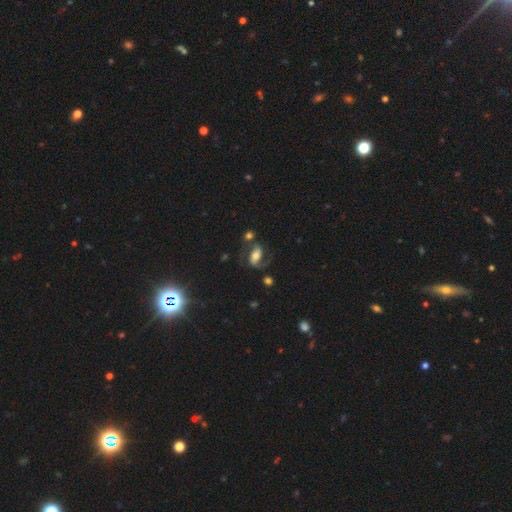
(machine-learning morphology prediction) Q: Smooth or featured?
A: featured or disk (65%); runner-up: smooth (25%)
Q: Edge-on disk?
A: no (95%); runner-up: yes (5%)
Q: Bar?
A: strong (38%); runner-up: no (33%)
Q: Spiral arms?
A: yes (89%); runner-up: no (11%)
Q: Spiral winding?
A: medium (45%); runner-up: loose (39%)
Q: Spiral arm count?
A: 2 (85%); runner-up: 1 (7%)
Q: Bulge size?
A: moderate (59%); runner-up: small (21%)
Q: Merging?
A: none (56%); runner-up: minor disturbance (18%)